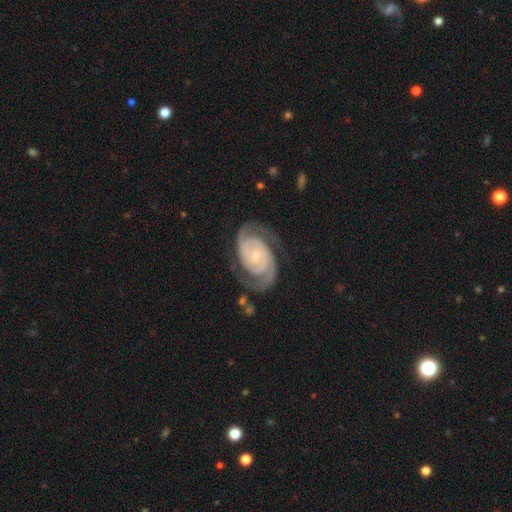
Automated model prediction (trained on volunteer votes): Smooth or featured: featured or disk — 92% (star or artifact — 4%)
Edge-on disk: no — 98% (yes — 2%)
Bar: no — 58% (weak — 30%)
Spiral arms: yes — 99% (no — 1%)
Spiral winding: tight — 67% (medium — 28%)
Spiral arm count: 2 — 91% (3 — 3%)
Bulge size: small — 72% (moderate — 23%)
Merging: none — 78% (minor disturbance — 14%)